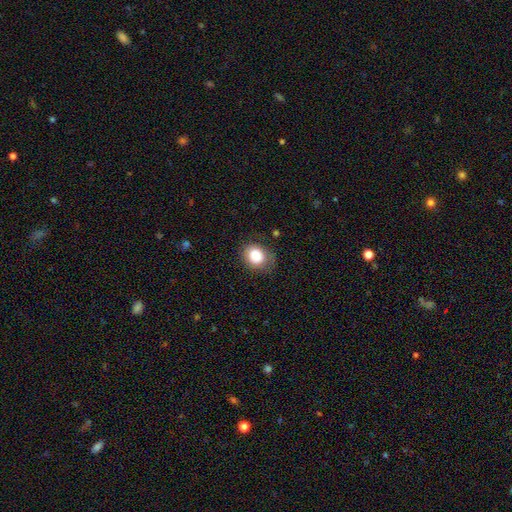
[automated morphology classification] A smooth galaxy with no disk features (85%) that is round (57%). Merging: none (72%).